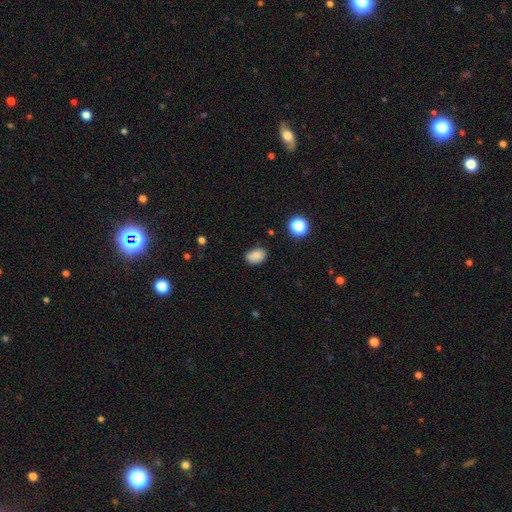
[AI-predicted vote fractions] A smooth galaxy with no disk features (85%) that is in between round and cigar-shaped (81%). Merging: none (80%).